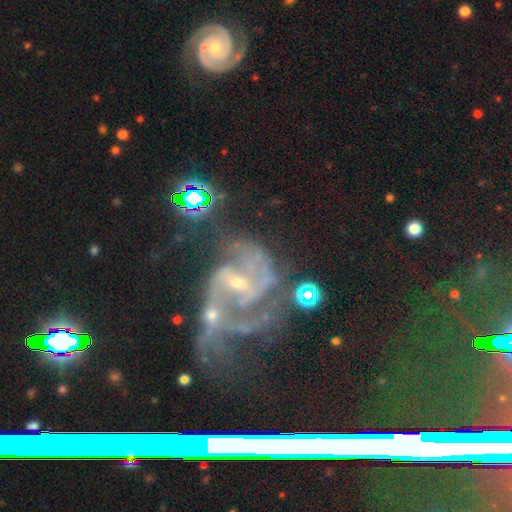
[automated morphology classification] A featured or disk galaxy (83%) with a weak bar (44%), 2 (53%) medium (49%) spiral arms (92%) and a small central bulge (69%).

Vote fractions:
- Smooth or featured? featured or disk: 83% / star or artifact: 11% / smooth: 6%
- Edge-on disk? no: 98% / yes: 2%
- Bar? weak: 44% / no: 33% / strong: 23%
- Spiral arms? yes: 92% / no: 8%
- Spiral winding? medium: 49% / loose: 29% / tight: 22%
- Spiral arm count? 2: 53% / can't tell: 17% / 3: 15% / 1: 6% / 4: 5% / more than 4: 4%
- Bulge size? small: 69% / moderate: 21% / none: 7% / large: 1% / dominant: 1%
- Merging? major disturbance: 32% / merger: 28% / none: 25% / minor disturbance: 14%